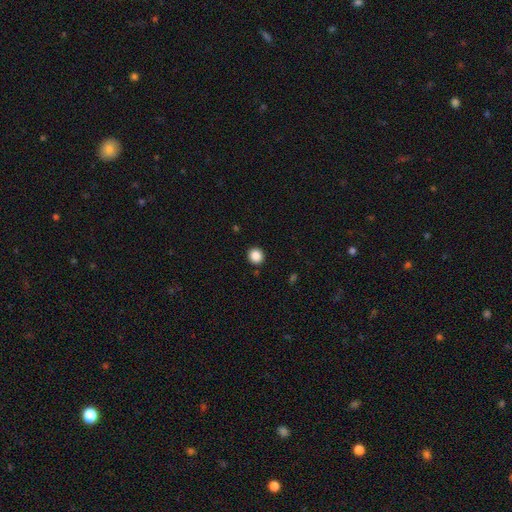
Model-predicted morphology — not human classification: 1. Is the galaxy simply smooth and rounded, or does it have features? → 88% smooth, 10% star or artifact, 3% featured or disk.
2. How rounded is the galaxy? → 89% round, 10% in between, 1% cigar-shaped.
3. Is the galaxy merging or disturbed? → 91% none, 6% minor disturbance, 2% major disturbance, 1% merger.